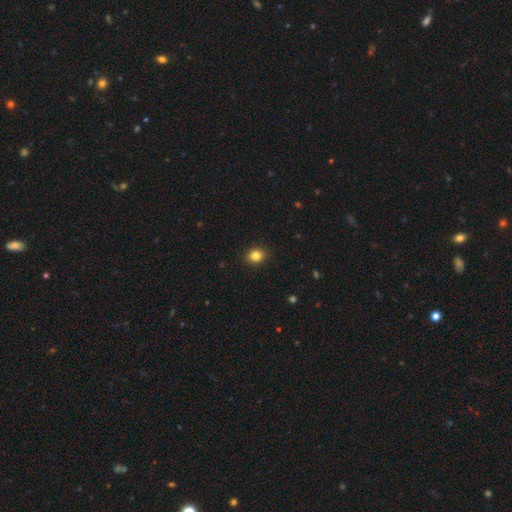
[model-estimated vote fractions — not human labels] Smooth or featured? smooth (84%)
How rounded? round (67%)
Merging? none (91%)